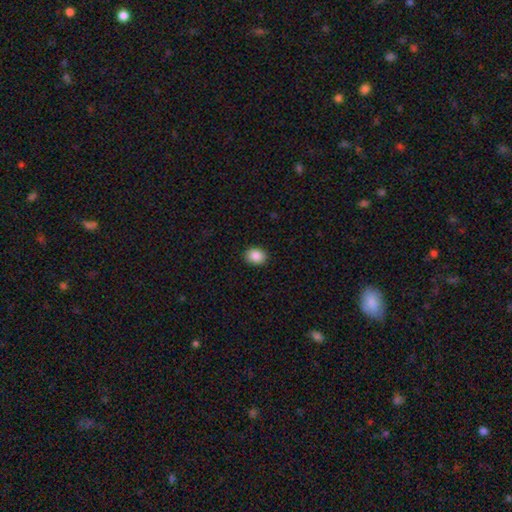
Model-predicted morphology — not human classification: type=smooth (88%); roundness=in between (53%); merging=none (91%).